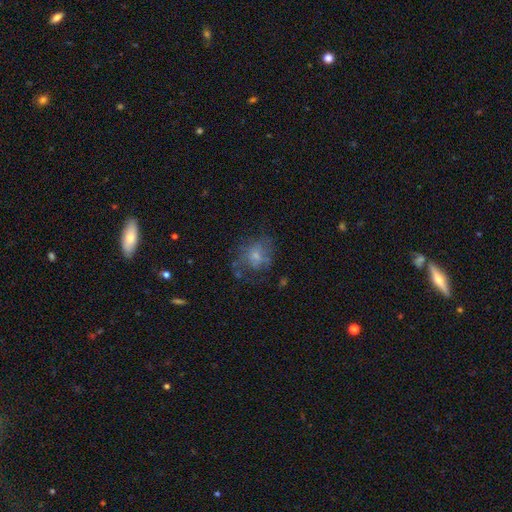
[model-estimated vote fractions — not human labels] smooth_or_featured: smooth (p=0.46) [alt: featured or disk p=0.40]
merging: none (p=0.47) [alt: major disturbance p=0.27]